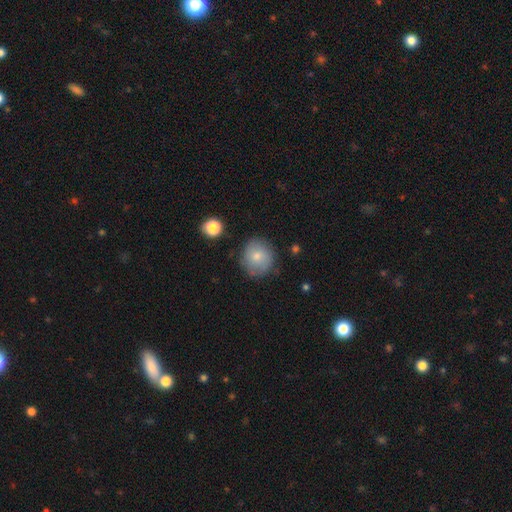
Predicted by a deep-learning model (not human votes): A smooth galaxy with no disk features (72%) that is round (84%). Merging: none (83%).